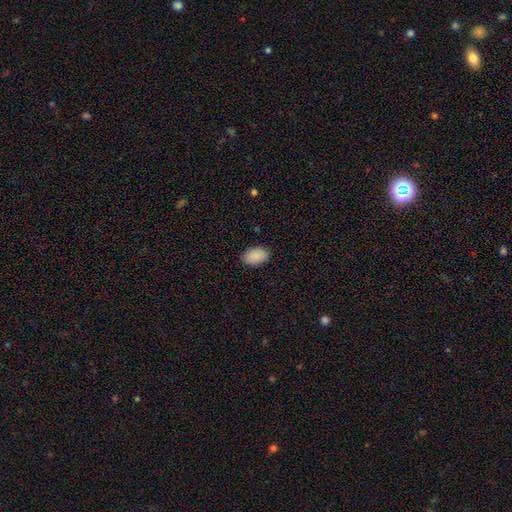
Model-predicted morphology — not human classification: This appears to be a smooth galaxy with no disk features (90%) that is in between round and cigar-shaped (92%). Merging: none (88%).